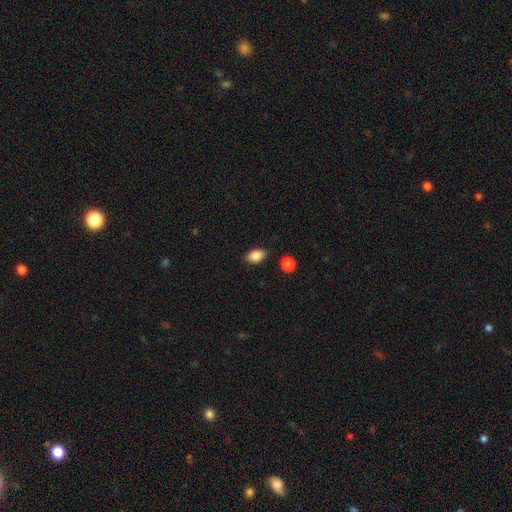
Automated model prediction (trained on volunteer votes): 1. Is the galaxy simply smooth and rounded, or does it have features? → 85% smooth, 8% star or artifact, 7% featured or disk.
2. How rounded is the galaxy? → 87% in between, 10% round, 2% cigar-shaped.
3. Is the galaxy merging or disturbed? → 84% none, 11% minor disturbance, 3% merger, 2% major disturbance.